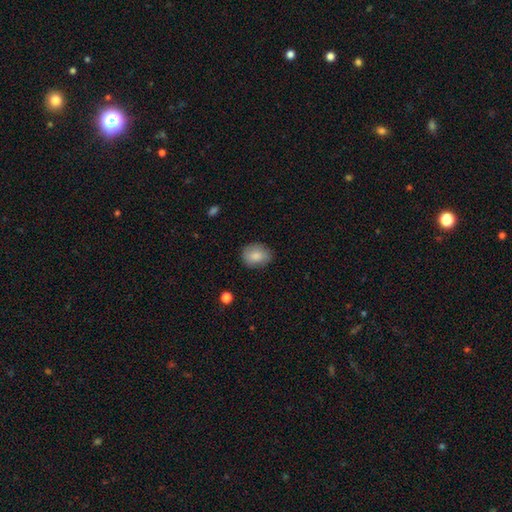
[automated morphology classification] The model was most divided on "how rounded": in between: 56%, round: 43%, cigar-shaped: 1%. More confident: smooth or featured — smooth (83%); merging — none (81%).